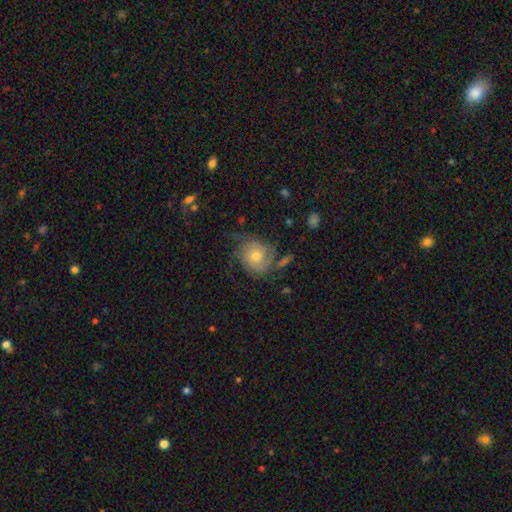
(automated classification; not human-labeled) Q: Smooth or featured?
A: featured or disk (60%); runner-up: smooth (32%)
Q: Edge-on disk?
A: no (97%); runner-up: yes (3%)
Q: Bar?
A: no (81%); runner-up: weak (16%)
Q: Spiral arms?
A: yes (84%); runner-up: no (16%)
Q: Bulge size?
A: moderate (53%); runner-up: small (41%)
Q: Merging?
A: none (56%); runner-up: minor disturbance (23%)